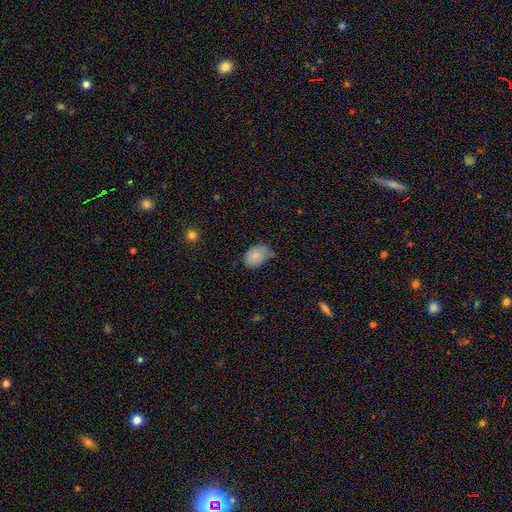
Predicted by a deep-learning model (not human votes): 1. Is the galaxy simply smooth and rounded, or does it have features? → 82% smooth, 9% featured or disk, 8% star or artifact.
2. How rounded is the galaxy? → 80% in between, 19% round, 1% cigar-shaped.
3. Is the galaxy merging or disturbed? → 52% none, 35% minor disturbance, 8% major disturbance, 5% merger.